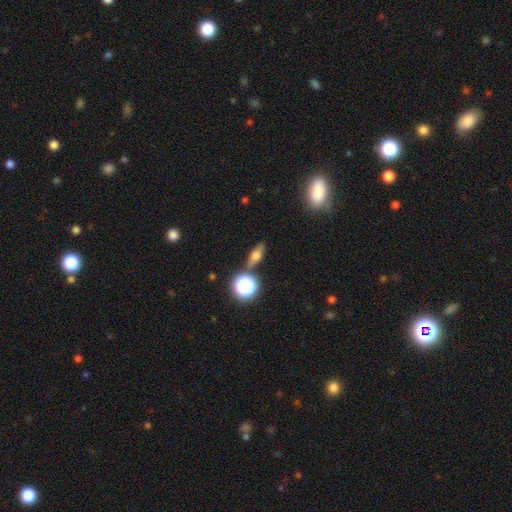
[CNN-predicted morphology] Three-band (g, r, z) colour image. It shows a smooth galaxy with no disk features (48%). Merging: none (80%).